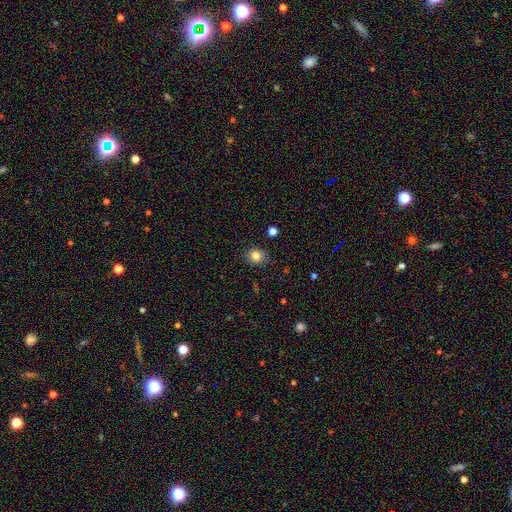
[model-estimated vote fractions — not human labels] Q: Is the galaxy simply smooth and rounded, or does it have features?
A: smooth — 82%.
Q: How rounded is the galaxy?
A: round — 66%.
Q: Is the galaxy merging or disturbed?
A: none — 85%.